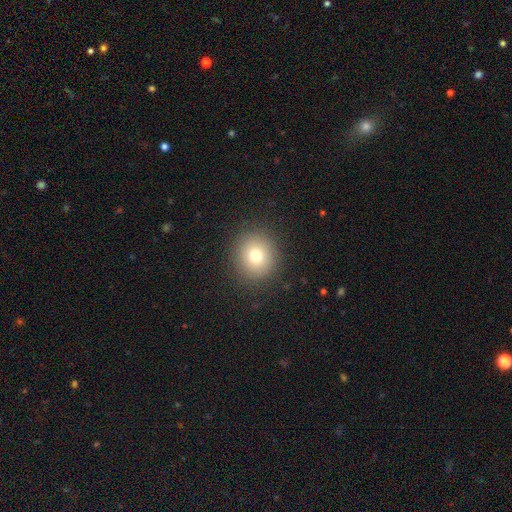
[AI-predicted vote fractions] Smooth or featured: smooth — 78% (star or artifact — 12%)
How rounded: round — 87% (in between — 12%)
Merging: none — 89% (minor disturbance — 7%)